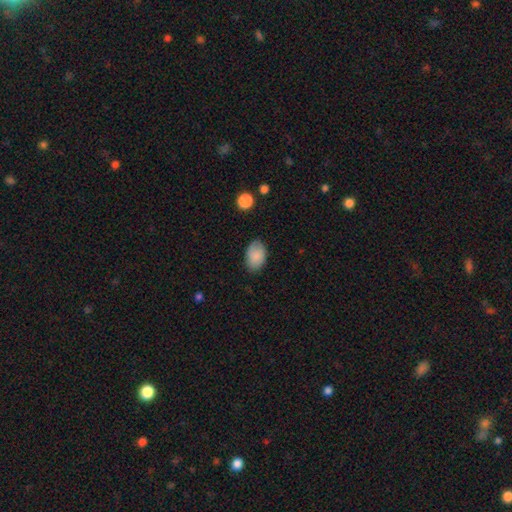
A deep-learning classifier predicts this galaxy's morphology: A smooth galaxy with no disk features (86%) that is in between round and cigar-shaped (87%).

Vote fractions:
- Smooth or featured? smooth: 86% / star or artifact: 7% / featured or disk: 7%
- How rounded? in between: 87% / round: 12% / cigar-shaped: 1%
- Merging? none: 80% / minor disturbance: 16% / major disturbance: 3% / merger: 1%